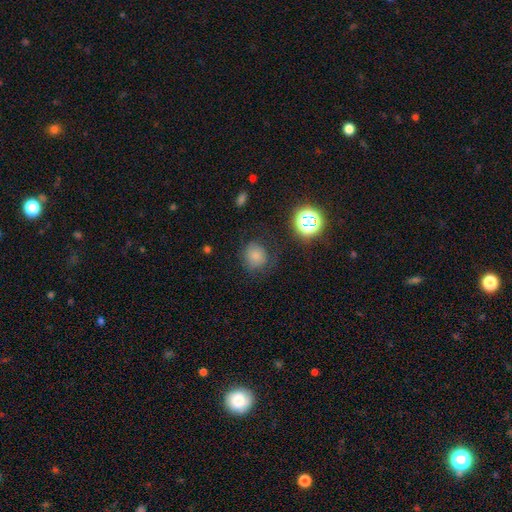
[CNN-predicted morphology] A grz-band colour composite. It shows a smooth galaxy with no disk features (75%) that is round (80%). Merging: none (71%).